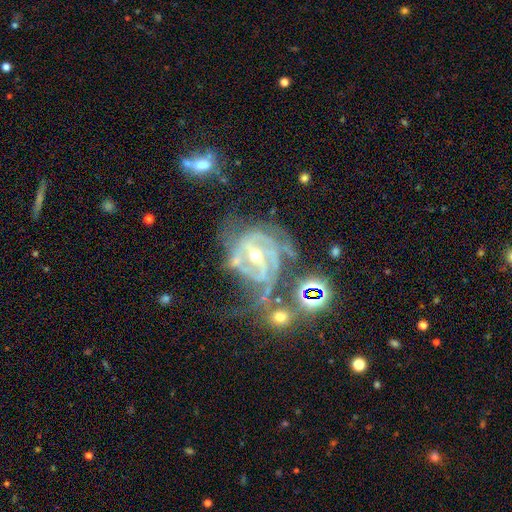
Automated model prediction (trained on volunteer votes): Smooth or featured? featured or disk (88%)
Edge-on disk? no (98%)
Bar? weak (38%)
Spiral arms? yes (96%)
Spiral winding? tight (51%)
Spiral arm count? 3 (32%)
Bulge size? small (50%)
Merging? none (36%)